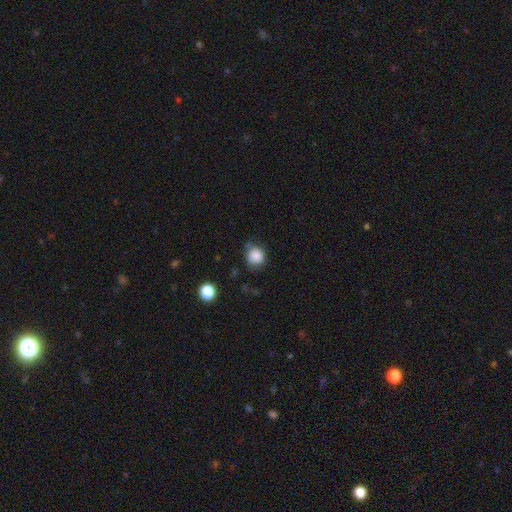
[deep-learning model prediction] Smooth or featured?
  - smooth: 85% *
  - star or artifact: 10%
  - featured or disk: 5%
How rounded?
  - round: 81% *
  - in between: 18%
  - cigar-shaped: 1%
Merging?
  - none: 61% *
  - minor disturbance: 28%
  - major disturbance: 8%
  - merger: 4%